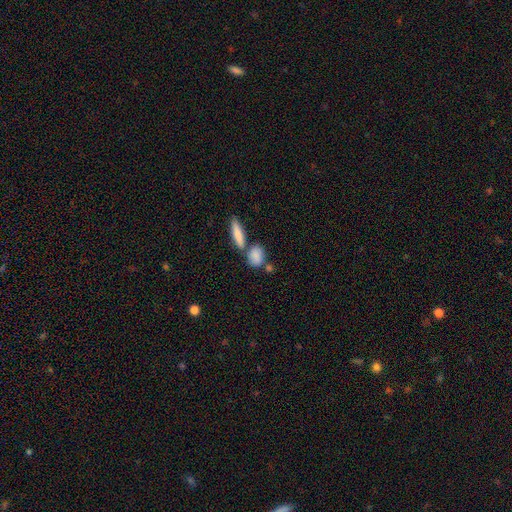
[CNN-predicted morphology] Smooth or featured?
  - smooth: 83% *
  - featured or disk: 9%
  - star or artifact: 7%
How rounded?
  - in between: 64% *
  - round: 26%
  - cigar-shaped: 11%
Merging?
  - none: 55% *
  - merger: 26%
  - minor disturbance: 14%
  - major disturbance: 5%